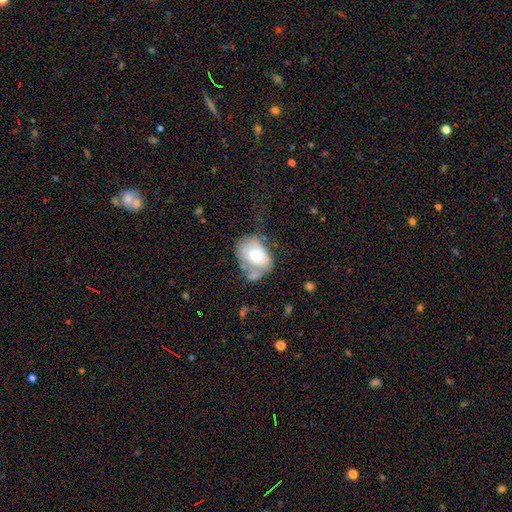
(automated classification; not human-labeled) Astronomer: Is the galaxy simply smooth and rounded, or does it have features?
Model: smooth — 62%.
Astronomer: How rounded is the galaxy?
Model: in between — 73%.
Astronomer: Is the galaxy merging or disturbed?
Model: none — 35% (runner-up: minor disturbance, 27%).